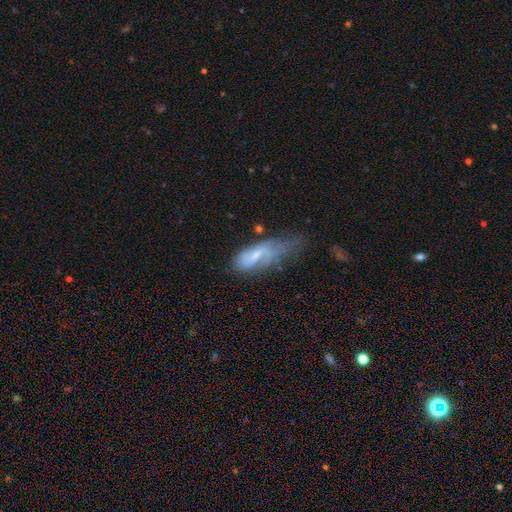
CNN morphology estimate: Smooth or featured: smooth — 46% (featured or disk — 45%)
Merging: major disturbance — 38% (minor disturbance — 33%)